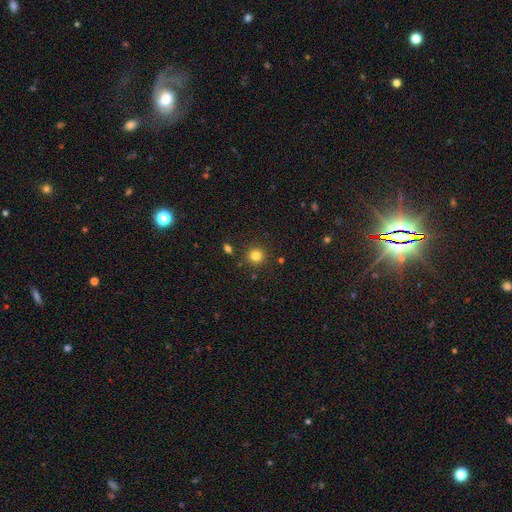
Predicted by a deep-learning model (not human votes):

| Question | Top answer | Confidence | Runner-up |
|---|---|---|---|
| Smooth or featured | smooth | 82% | star or artifact (13%) |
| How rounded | round | 93% | in between (6%) |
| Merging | none | 88% | minor disturbance (7%) |